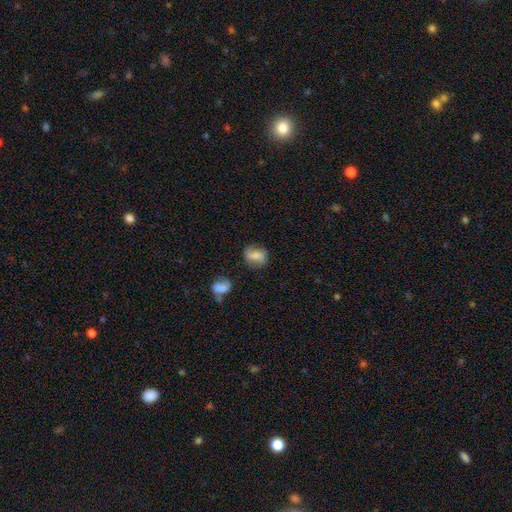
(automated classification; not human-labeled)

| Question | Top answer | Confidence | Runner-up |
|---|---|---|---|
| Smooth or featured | smooth | 60% | featured or disk (31%) |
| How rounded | in between | 51% | round (47%) |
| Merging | none | 70% | minor disturbance (20%) |